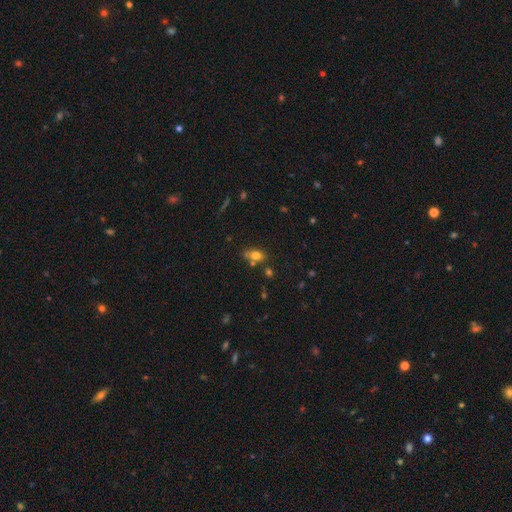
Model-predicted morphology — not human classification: This is likely a smooth galaxy (72%). How rounded: likely in between (67%). Merging: possibly none (55%).